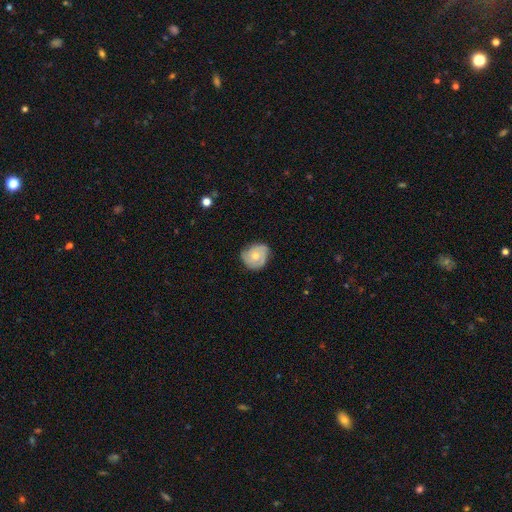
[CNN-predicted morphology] Smooth or featured? featured or disk (55%)
Edge-on disk? no (97%)
Bar? no (82%)
Spiral arms? yes (85%)
Bulge size? moderate (58%)
Merging? none (69%)